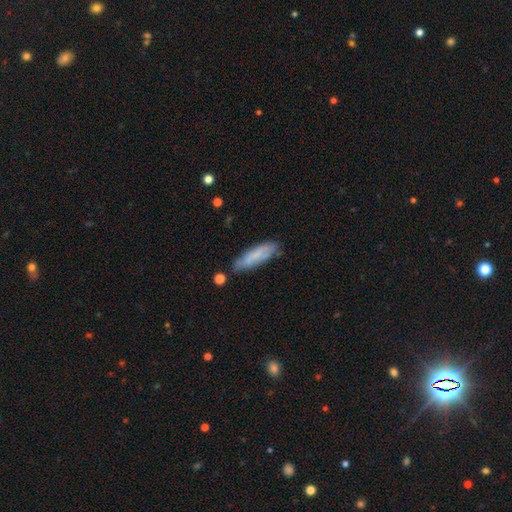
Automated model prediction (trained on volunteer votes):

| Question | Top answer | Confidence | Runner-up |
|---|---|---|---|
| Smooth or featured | smooth | 72% | featured or disk (21%) |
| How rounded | cigar-shaped | 64% | in between (35%) |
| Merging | none | 68% | minor disturbance (23%) |